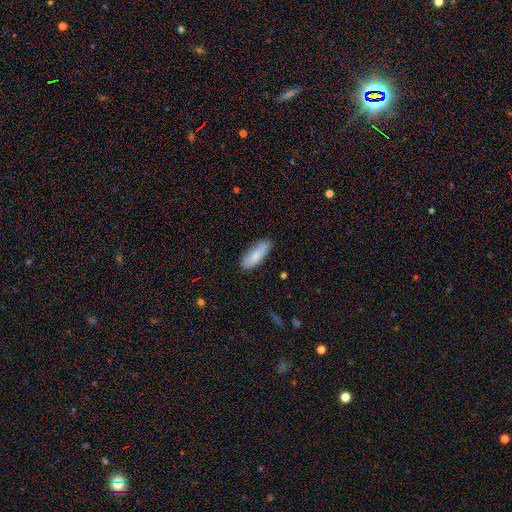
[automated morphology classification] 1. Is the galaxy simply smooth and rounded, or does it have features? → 83% smooth, 11% featured or disk, 6% star or artifact.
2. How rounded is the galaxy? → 63% in between, 35% cigar-shaped, 2% round.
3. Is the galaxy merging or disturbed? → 75% none, 19% minor disturbance, 3% major disturbance, 2% merger.